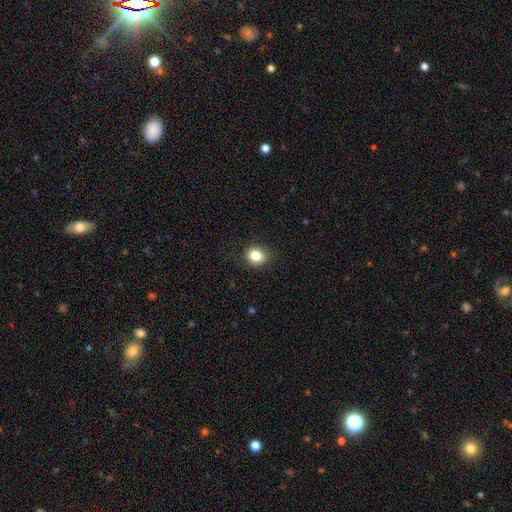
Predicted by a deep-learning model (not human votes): Q: Smooth or featured?
A: smooth (83%); runner-up: star or artifact (10%)
Q: How rounded?
A: round (71%); runner-up: in between (28%)
Q: Merging?
A: none (87%); runner-up: minor disturbance (9%)